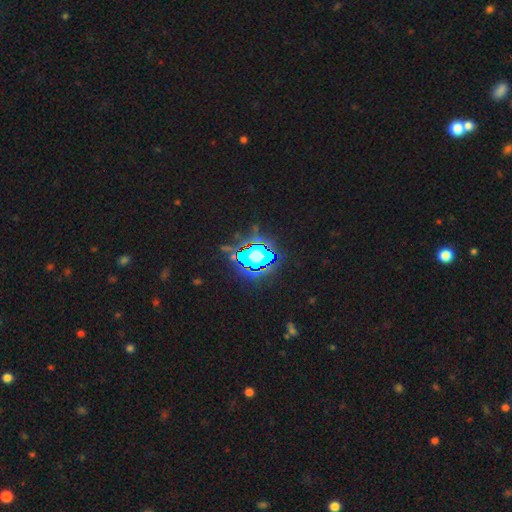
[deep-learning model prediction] Overall: star or artifact (57%; smooth 23%).